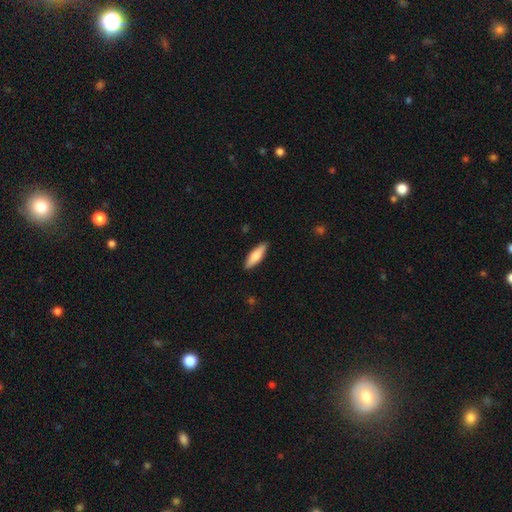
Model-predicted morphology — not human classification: The model was most divided on "how rounded": cigar-shaped: 51%, in between: 47%, round: 2%. More confident: merging — none (89%); smooth or featured — smooth (76%).